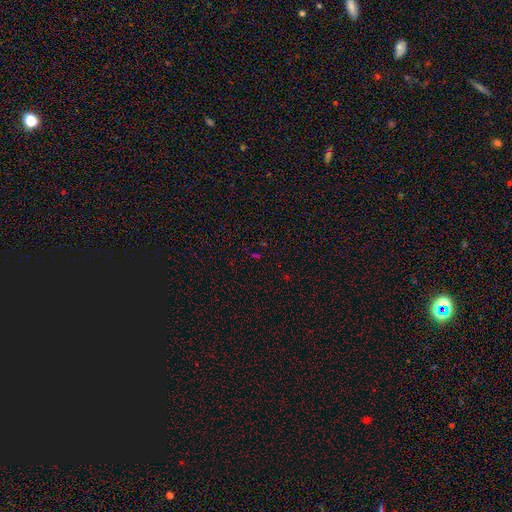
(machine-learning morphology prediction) Overall: star or artifact (63%; smooth 29%).